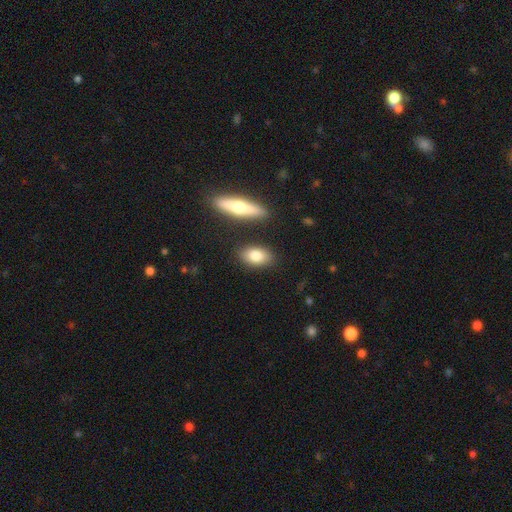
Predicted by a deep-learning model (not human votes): Smooth or featured? Predicted: smooth (p=0.80). How rounded? Predicted: in between (p=0.86). Merging? Predicted: none (p=0.83).